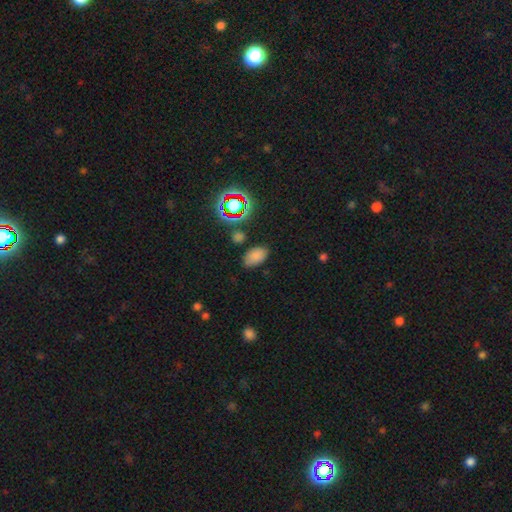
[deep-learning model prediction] A smooth galaxy with no disk features (75%) that is in between round and cigar-shaped (91%). Merging: none (81%).